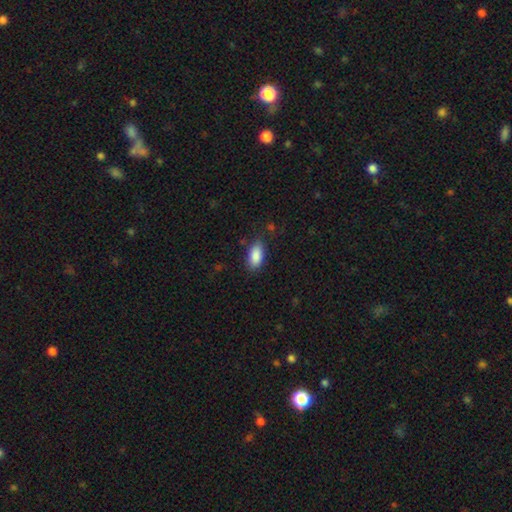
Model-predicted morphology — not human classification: The model was most divided on "merging": none: 79%, minor disturbance: 16%, major disturbance: 4%, merger: 2%. More confident: how rounded — in between (92%); smooth or featured — smooth (88%).